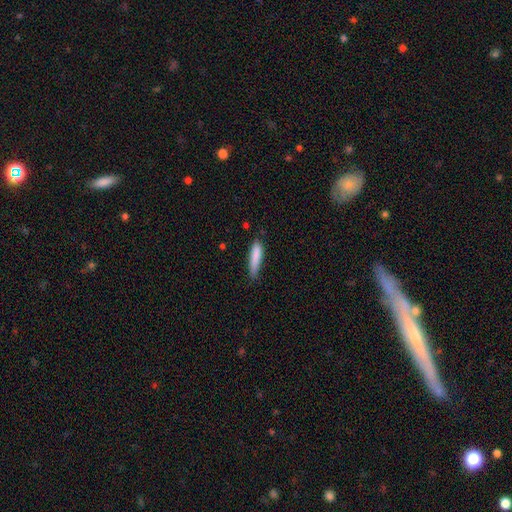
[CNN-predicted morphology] smooth-or-featured: smooth: 85% | featured or disk: 8% | star or artifact: 6%
  how-rounded: cigar-shaped: 78% | in between: 21% | round: 1%
  merging: none: 66% | minor disturbance: 27% | major disturbance: 5% | merger: 2%